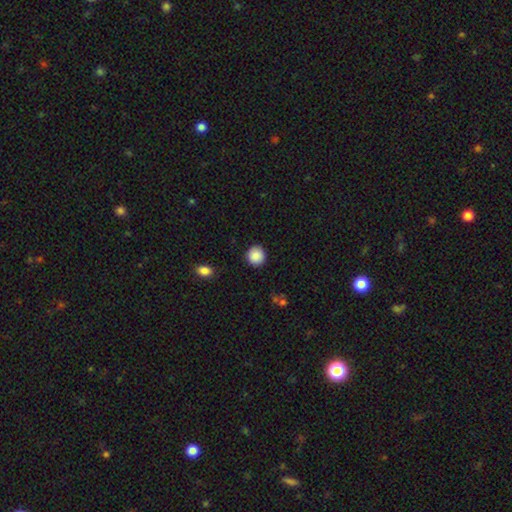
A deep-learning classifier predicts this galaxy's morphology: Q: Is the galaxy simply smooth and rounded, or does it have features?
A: smooth — 88%.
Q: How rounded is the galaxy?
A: round — 92%.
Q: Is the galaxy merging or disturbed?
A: none — 91%.